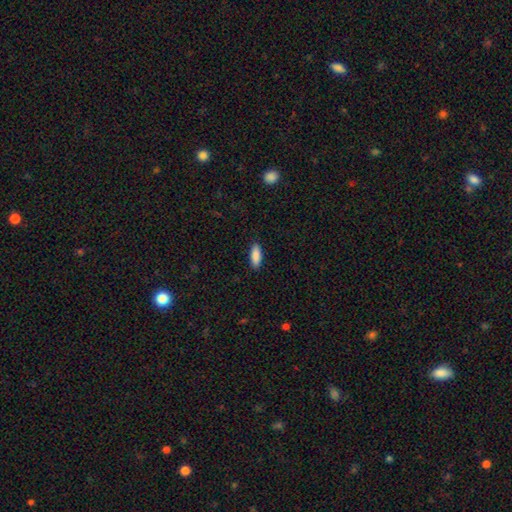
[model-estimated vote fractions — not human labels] Overall: smooth (89%). How rounded: in between (66%; cigar-shaped 32%). Merging: none (90%).